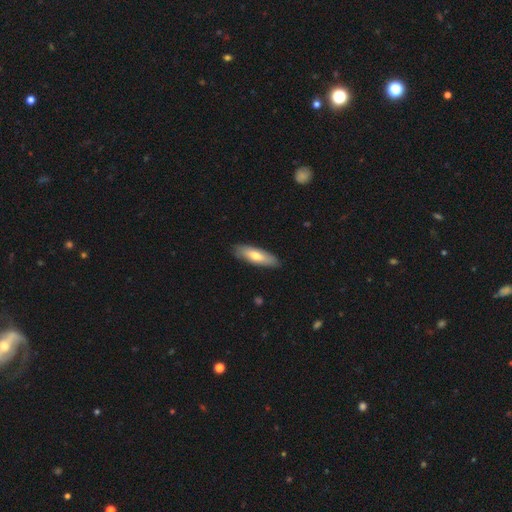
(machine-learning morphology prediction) smooth-or-featured: smooth: 65% | featured or disk: 30% | star or artifact: 5%
  how-rounded: in between: 53% | cigar-shaped: 45% | round: 2%
  merging: none: 86% | minor disturbance: 11% | major disturbance: 2% | merger: 1%